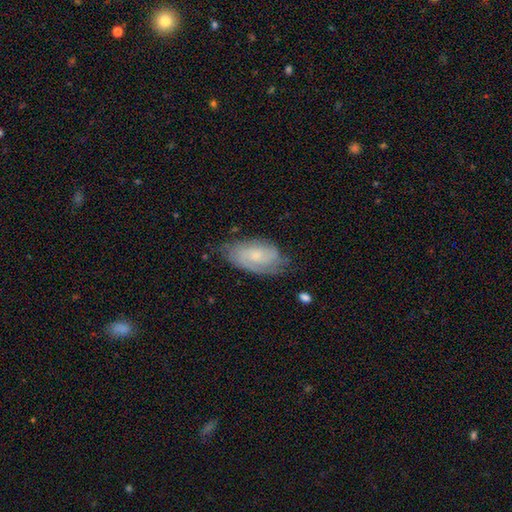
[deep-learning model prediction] Q: Smooth or featured?
A: featured or disk (62%); runner-up: smooth (32%)
Q: Edge-on disk?
A: no (94%); runner-up: yes (6%)
Q: Bar?
A: no (67%); runner-up: weak (29%)
Q: Spiral arms?
A: yes (87%); runner-up: no (13%)
Q: Spiral winding?
A: tight (53%); runner-up: medium (35%)
Q: Spiral arm count?
A: 2 (43%); runner-up: can't tell (35%)
Q: Bulge size?
A: small (60%); runner-up: moderate (30%)
Q: Merging?
A: none (62%); runner-up: minor disturbance (28%)